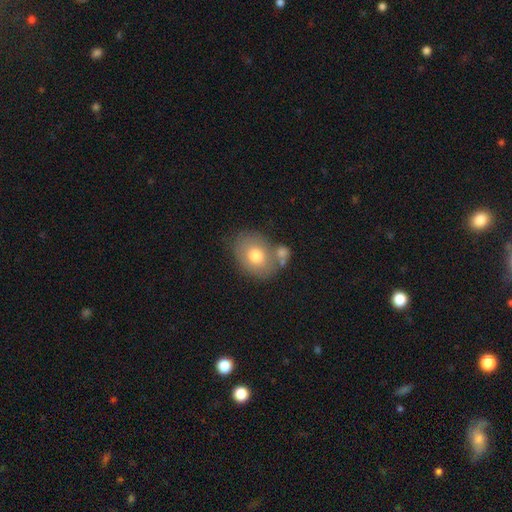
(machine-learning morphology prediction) Q: Smooth or featured?
A: smooth (72%); runner-up: featured or disk (20%)
Q: How rounded?
A: in between (59%); runner-up: round (40%)
Q: Merging?
A: none (55%); runner-up: merger (23%)